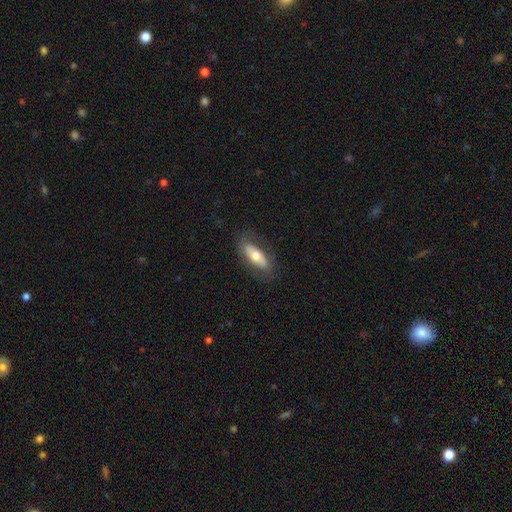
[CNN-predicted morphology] type=smooth (62%); roundness=in between (70%); merging=none (80%).